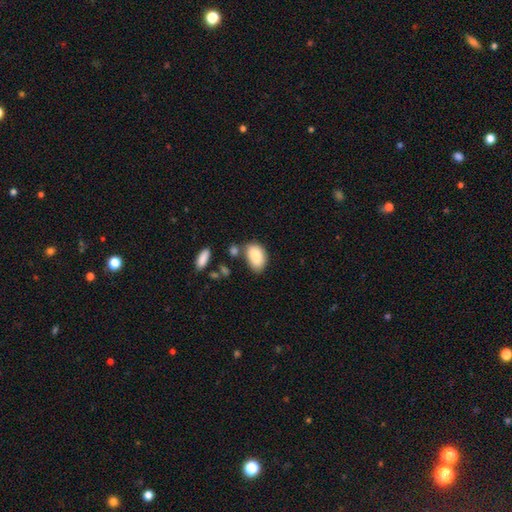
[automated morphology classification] Smooth or featured? Predicted: smooth (p=0.84). How rounded? Predicted: in between (p=0.90). Merging? Predicted: none (p=0.54).